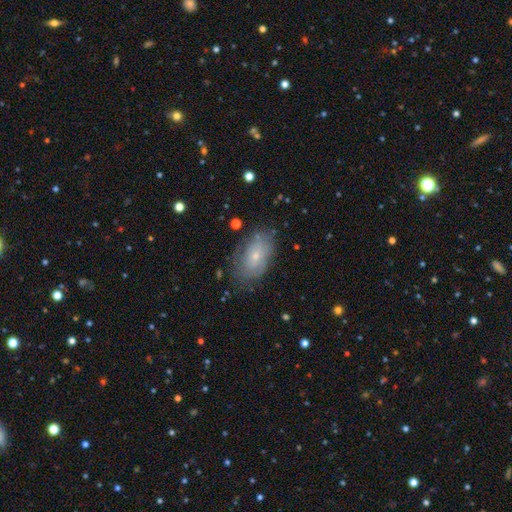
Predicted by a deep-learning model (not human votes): Smooth or featured?
  - smooth: 50% *
  - featured or disk: 41%
  - star or artifact: 9%
How rounded?
  - in between: 90% *
  - round: 8%
  - cigar-shaped: 2%
Merging?
  - none: 68% *
  - minor disturbance: 22%
  - major disturbance: 8%
  - merger: 2%